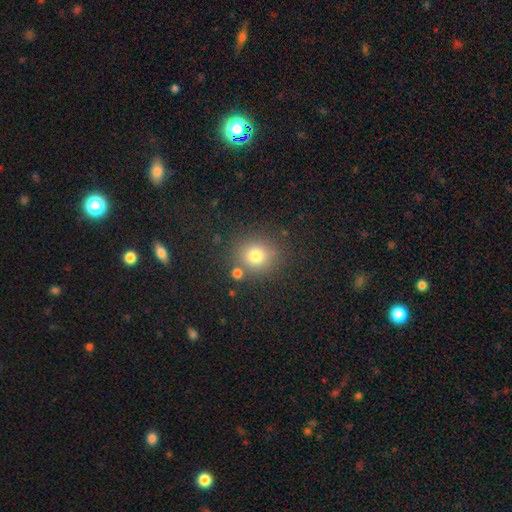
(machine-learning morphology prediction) This appears to be a smooth galaxy with no disk features (77%) that is round (87%). Merging: none (79%).